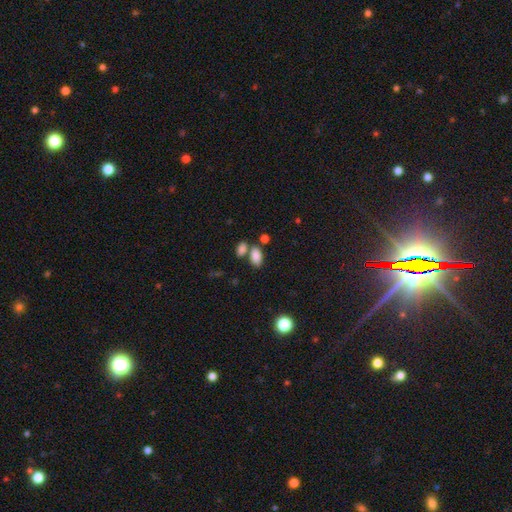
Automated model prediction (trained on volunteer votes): Overall: smooth (86%). How rounded: in between (92%). Merging: none (53%; merger 31%).